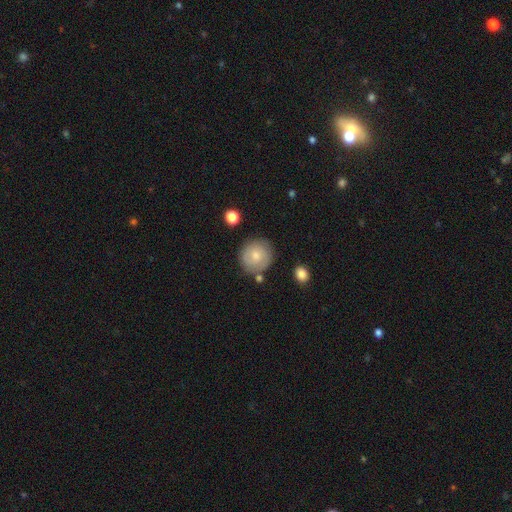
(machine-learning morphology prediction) Smooth or featured? smooth (72%)
How rounded? round (90%)
Merging? none (78%)